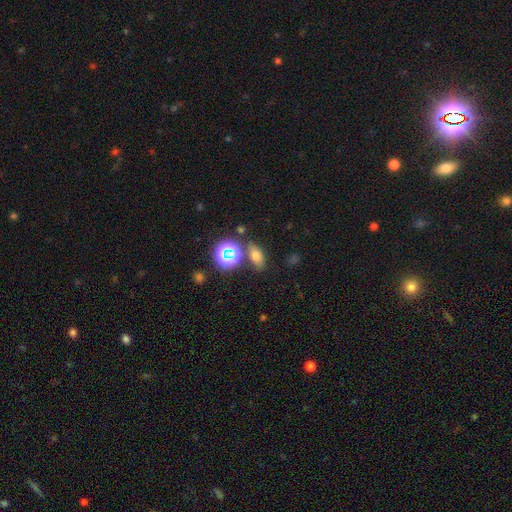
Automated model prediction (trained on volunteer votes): A smooth galaxy with no disk features (65%) that is in between round and cigar-shaped (77%).

Vote fractions:
- Smooth or featured? smooth: 65% / star or artifact: 22% / featured or disk: 13%
- How rounded? in between: 77% / round: 17% / cigar-shaped: 6%
- Merging? none: 76% / minor disturbance: 11% / merger: 10% / major disturbance: 4%